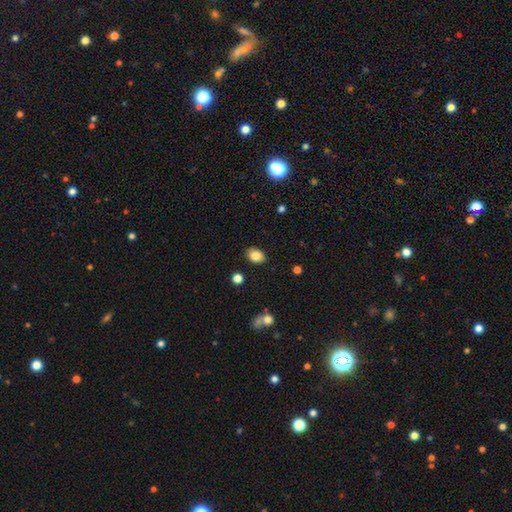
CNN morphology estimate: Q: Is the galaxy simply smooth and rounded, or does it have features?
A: smooth — 85%.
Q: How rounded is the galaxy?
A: in between — 70%.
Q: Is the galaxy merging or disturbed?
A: none — 85%.